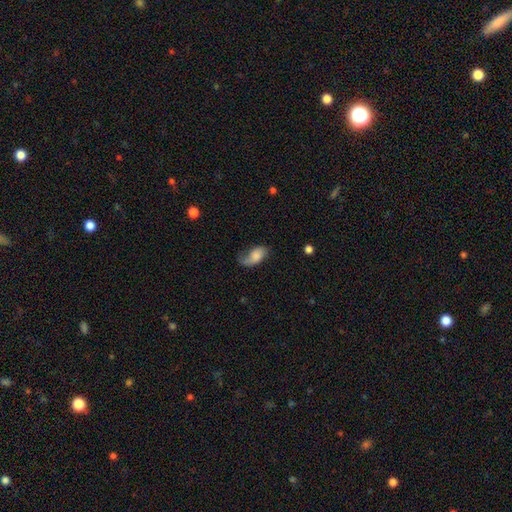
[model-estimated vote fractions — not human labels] smooth_or_featured: smooth (p=0.63) [alt: featured or disk p=0.29]
how_rounded: in between (p=0.91) [alt: round p=0.06]
merging: none (p=0.39) [alt: minor disturbance p=0.32]